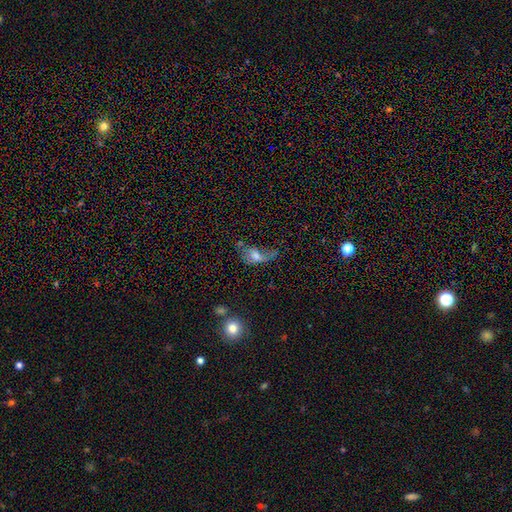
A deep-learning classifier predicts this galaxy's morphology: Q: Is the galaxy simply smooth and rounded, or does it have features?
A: smooth — 51%.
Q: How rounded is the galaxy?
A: in between — 78%.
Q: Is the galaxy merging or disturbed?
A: major disturbance — 45%.